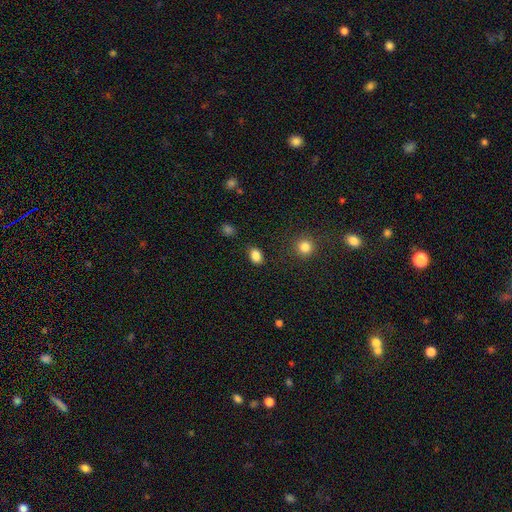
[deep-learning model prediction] This is clearly a smooth galaxy (86%). How rounded: likely in between (77%). Merging: clearly none (84%).